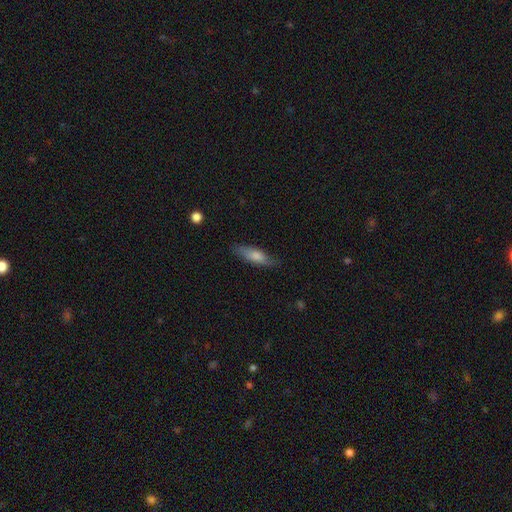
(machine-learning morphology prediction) smooth 66%, featured or disk 27%, star or artifact 7%. Down the decision tree: how rounded — cigar-shaped (54%); merging — none (77%).